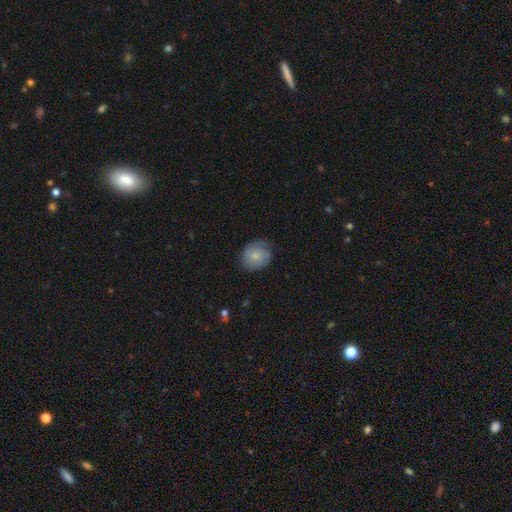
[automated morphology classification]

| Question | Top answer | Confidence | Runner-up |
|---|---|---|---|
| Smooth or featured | smooth | 72% | featured or disk (21%) |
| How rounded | round | 71% | in between (28%) |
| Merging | none | 71% | minor disturbance (23%) |